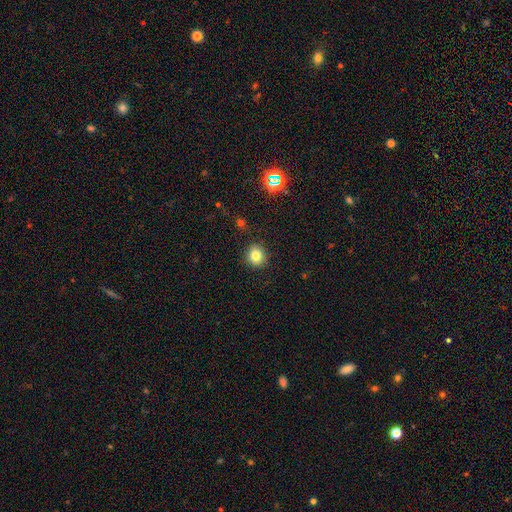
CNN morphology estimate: Q: Smooth or featured?
A: smooth (81%); runner-up: star or artifact (12%)
Q: How rounded?
A: round (83%); runner-up: in between (16%)
Q: Merging?
A: none (88%); runner-up: minor disturbance (8%)